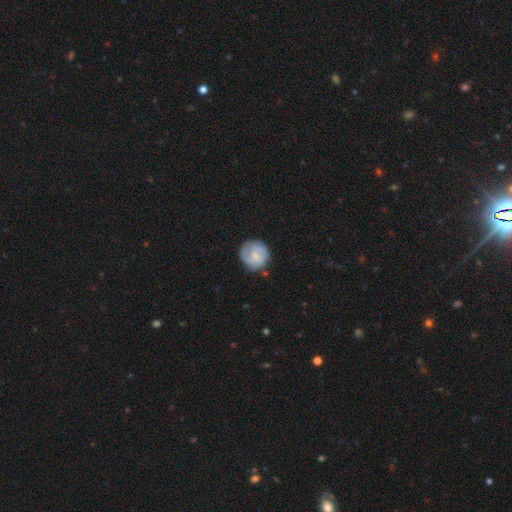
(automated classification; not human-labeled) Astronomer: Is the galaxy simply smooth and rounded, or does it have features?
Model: smooth — 50% (runner-up: featured or disk, 44%).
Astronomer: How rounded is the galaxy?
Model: round — 91%.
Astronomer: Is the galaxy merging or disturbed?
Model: none — 71%.